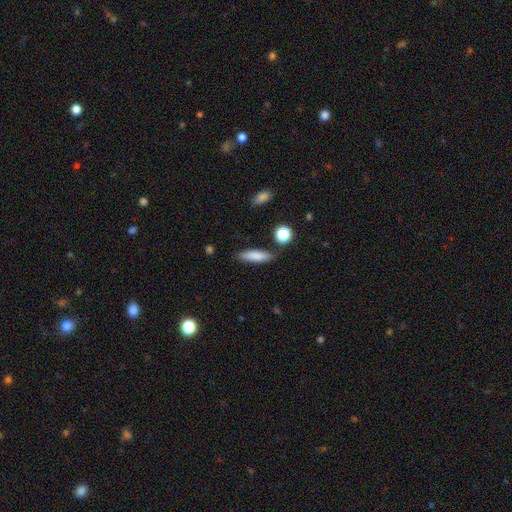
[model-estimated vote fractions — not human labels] This is clearly a smooth galaxy (83%). How rounded: possibly cigar-shaped (60%). Merging: clearly none (82%).